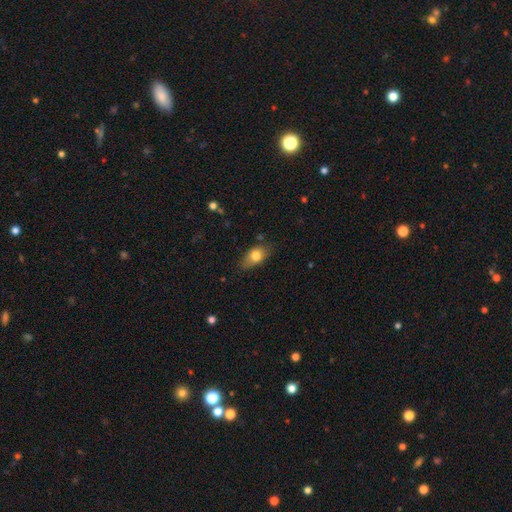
smooth-or-featured: smooth: 78% | featured or disk: 18% | star or artifact: 5%
  how-rounded: in between: 94% | cigar-shaped: 6% | round: 0%
  merging: none: 66% | minor disturbance: 26% | merger: 5% | major disturbance: 3%